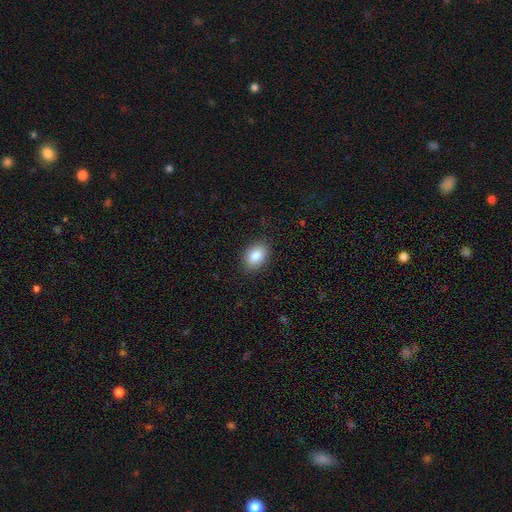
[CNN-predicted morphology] A smooth galaxy with no disk features (86%) that is in between round and cigar-shaped (76%).

Vote fractions:
- Smooth or featured? smooth: 86% / star or artifact: 8% / featured or disk: 6%
- How rounded? in between: 76% / round: 23% / cigar-shaped: 1%
- Merging? none: 86% / minor disturbance: 11% / major disturbance: 3% / merger: 1%